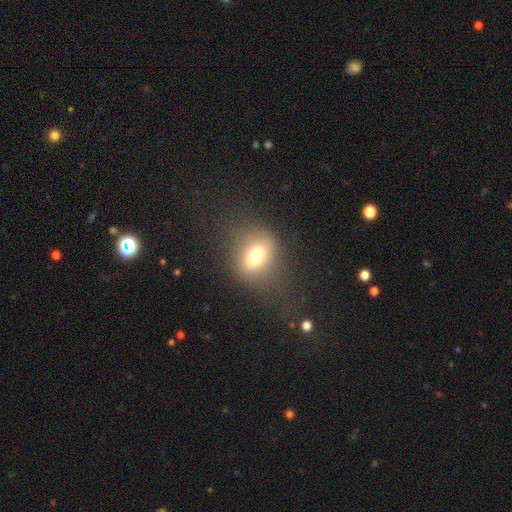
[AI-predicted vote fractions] Morphology: type=smooth (68%); roundness=round (51%); merging=none (71%).